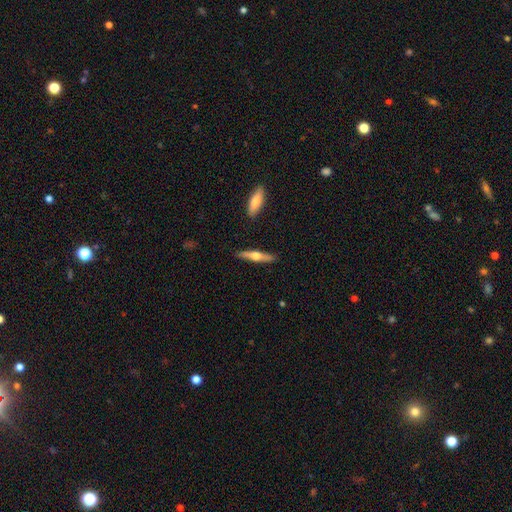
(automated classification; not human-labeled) Overall: featured or disk (53%; smooth 42%). Edge-on disk: yes (95%). Edge-on bulge: rounded (91%). Merging: none (87%).